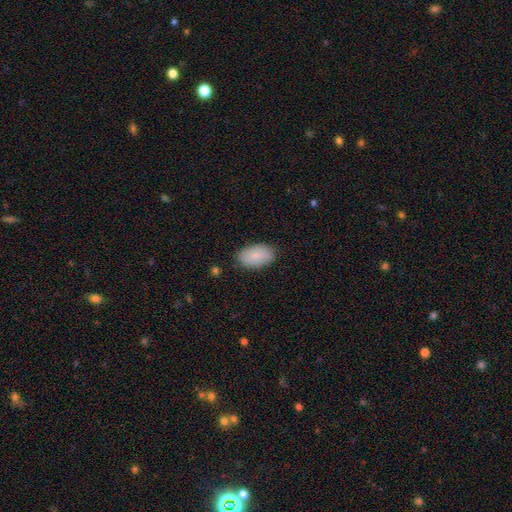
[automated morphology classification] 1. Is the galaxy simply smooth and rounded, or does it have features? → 85% smooth, 9% featured or disk, 6% star or artifact.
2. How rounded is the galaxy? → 94% in between, 4% round, 2% cigar-shaped.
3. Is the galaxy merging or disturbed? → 85% none, 11% minor disturbance, 2% major disturbance, 1% merger.